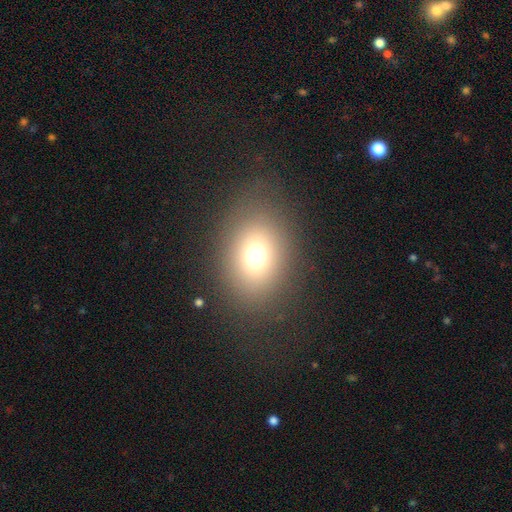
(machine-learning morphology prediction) The model was most divided on "how rounded": in between: 52%, round: 47%, cigar-shaped: 1%. More confident: merging — none (83%); smooth or featured — smooth (69%).